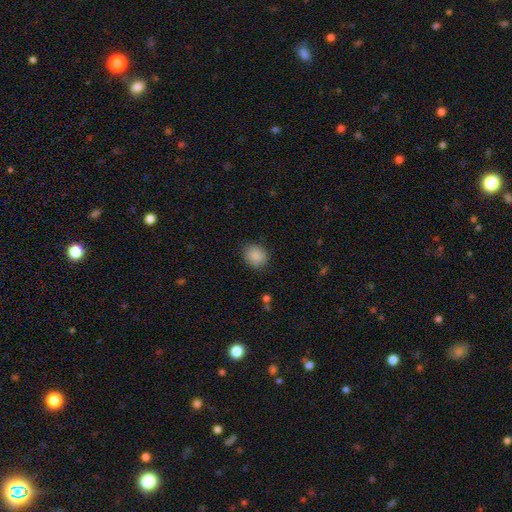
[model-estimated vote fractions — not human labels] Smooth or featured?
  - smooth: 88% *
  - star or artifact: 8%
  - featured or disk: 4%
How rounded?
  - round: 67% *
  - in between: 32%
  - cigar-shaped: 1%
Merging?
  - none: 84% *
  - minor disturbance: 12%
  - major disturbance: 3%
  - merger: 1%